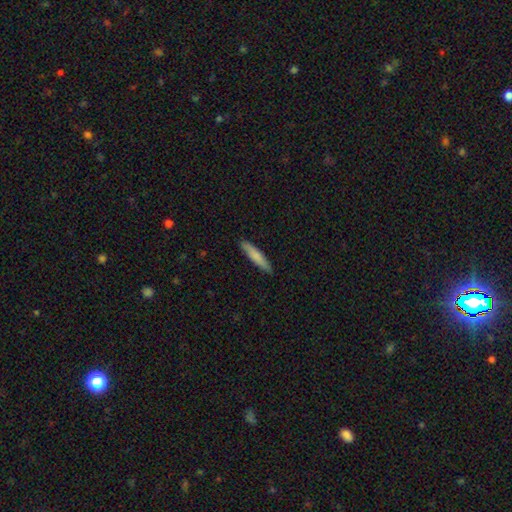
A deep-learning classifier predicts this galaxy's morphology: A smooth galaxy with no disk features (77%) that is cigar-shaped (90%). Merging: none (89%).